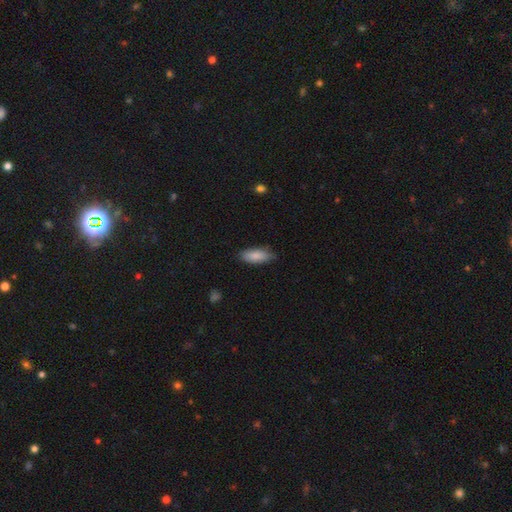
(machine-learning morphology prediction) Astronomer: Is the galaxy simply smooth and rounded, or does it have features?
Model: smooth — 87%.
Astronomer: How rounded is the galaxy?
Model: in between — 75%.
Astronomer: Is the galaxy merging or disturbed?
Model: none — 81%.